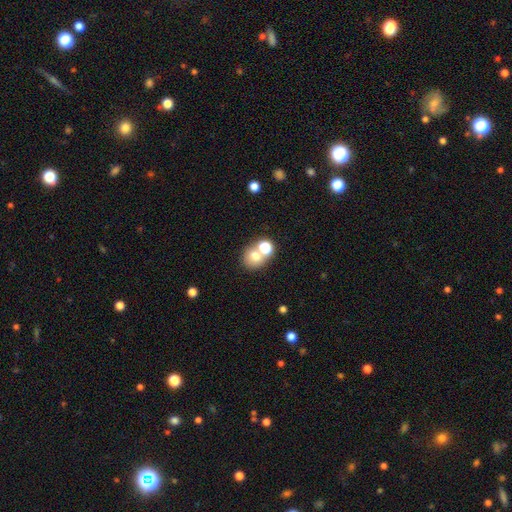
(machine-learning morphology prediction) Smooth or featured? smooth (70%)
How rounded? round (75%)
Merging? none (47%)